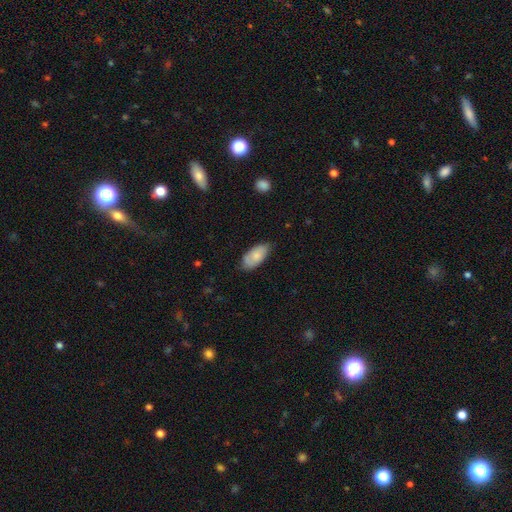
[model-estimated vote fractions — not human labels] This appears to be a smooth galaxy with no disk features (80%) that is in between round and cigar-shaped (93%). Merging: none (72%).